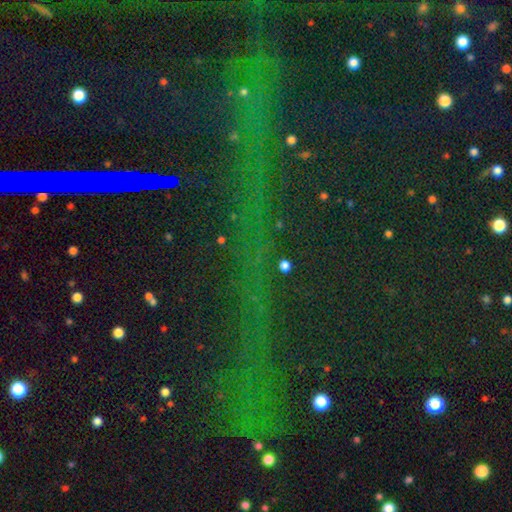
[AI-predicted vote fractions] smooth-or-featured: star or artifact: 79% | smooth: 11% | featured or disk: 11%